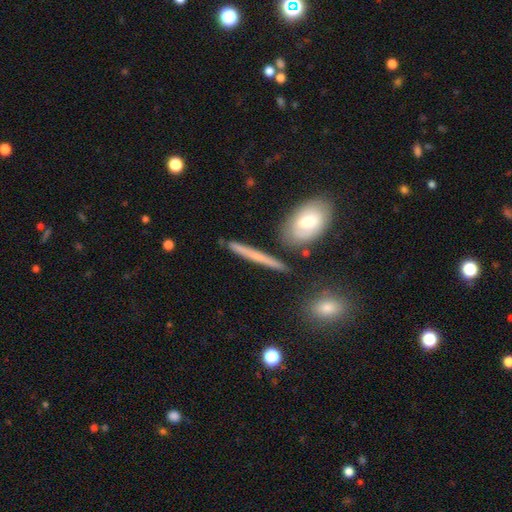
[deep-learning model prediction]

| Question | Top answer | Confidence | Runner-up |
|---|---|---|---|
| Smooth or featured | smooth | 49% | featured or disk (42%) |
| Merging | none | 84% | minor disturbance (10%) |